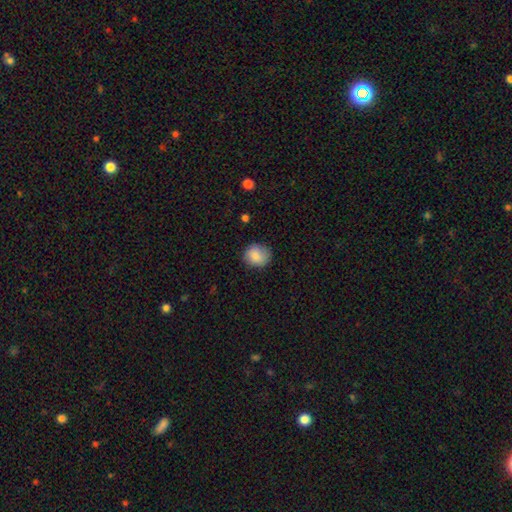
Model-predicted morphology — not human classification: This appears to be a smooth galaxy with no disk features (84%) that is round (81%). Merging: none (78%).